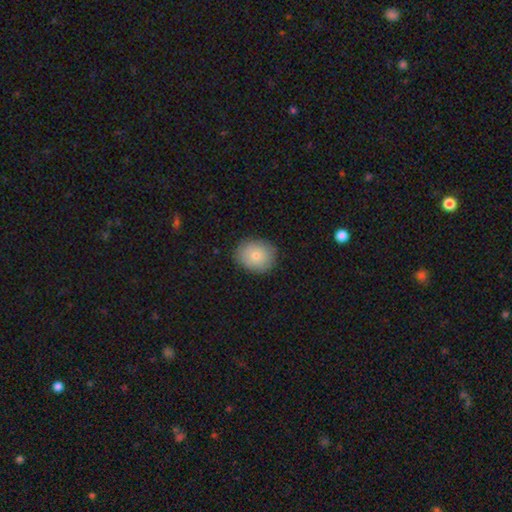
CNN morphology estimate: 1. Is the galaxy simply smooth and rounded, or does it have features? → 77% smooth, 15% featured or disk, 8% star or artifact.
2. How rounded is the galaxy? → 64% round, 35% in between, 1% cigar-shaped.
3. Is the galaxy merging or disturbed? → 85% none, 12% minor disturbance, 3% major disturbance, 1% merger.